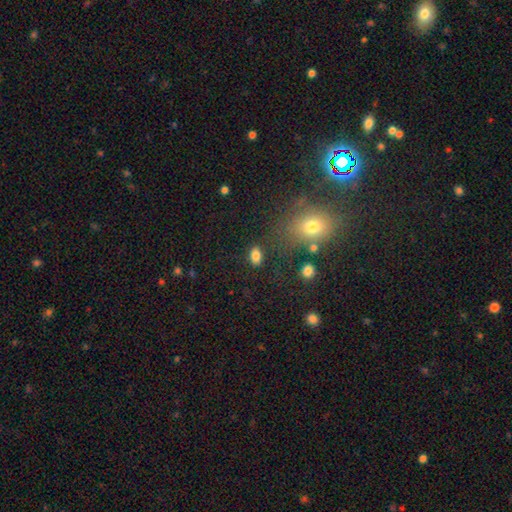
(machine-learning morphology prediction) smooth-or-featured: smooth: 83% | star or artifact: 11% | featured or disk: 6%
  how-rounded: in between: 85% | round: 12% | cigar-shaped: 2%
  merging: none: 82% | minor disturbance: 11% | major disturbance: 4% | merger: 3%